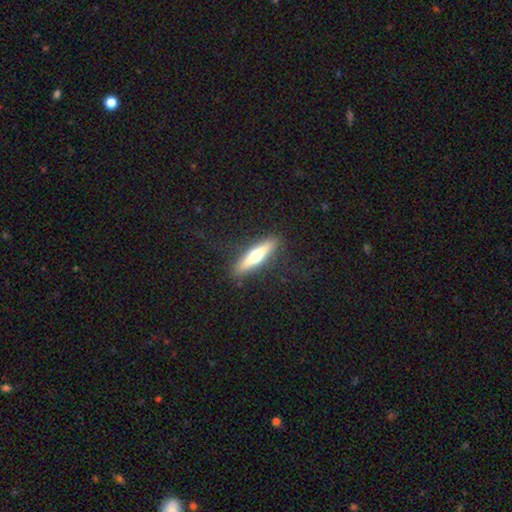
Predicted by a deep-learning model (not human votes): This is possibly a featured or disk galaxy (49%). Merging: clearly none (87%).